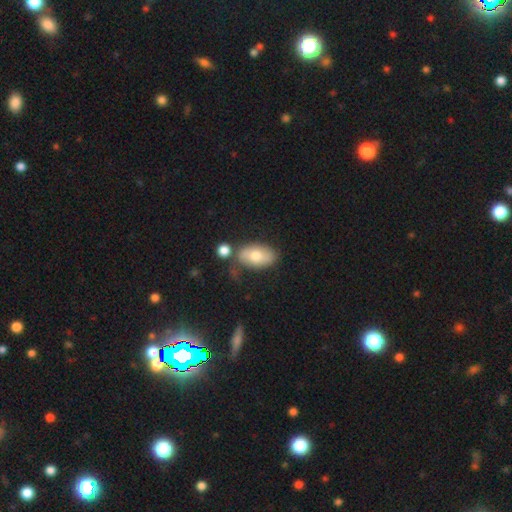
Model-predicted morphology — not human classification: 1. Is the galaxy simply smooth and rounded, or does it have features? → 67% smooth, 25% featured or disk, 8% star or artifact.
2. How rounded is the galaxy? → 92% in between, 5% round, 3% cigar-shaped.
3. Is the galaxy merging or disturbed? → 60% none, 21% minor disturbance, 12% merger, 7% major disturbance.